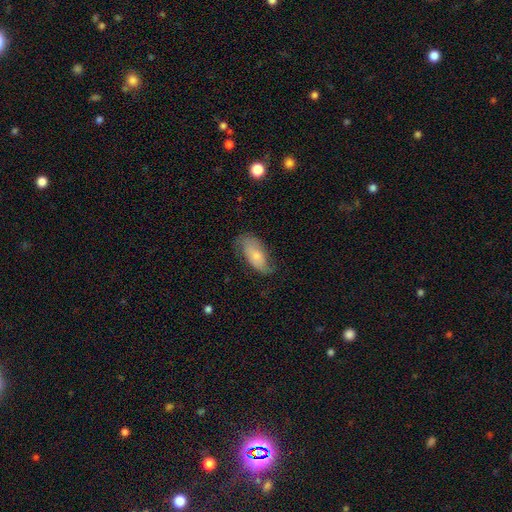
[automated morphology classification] Smooth or featured? smooth (57%)
How rounded? in between (90%)
Merging? none (58%)